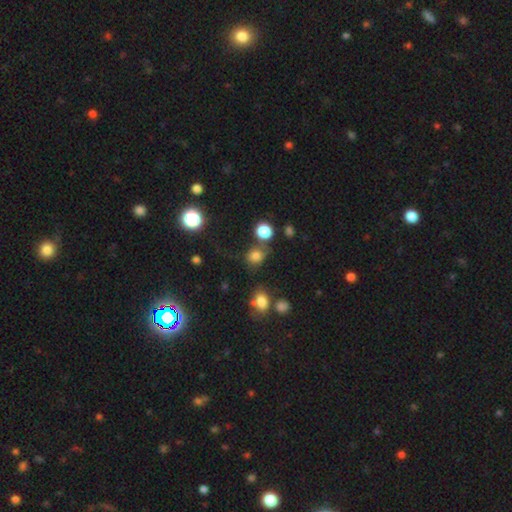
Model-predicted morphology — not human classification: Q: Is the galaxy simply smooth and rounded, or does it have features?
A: smooth — 77%.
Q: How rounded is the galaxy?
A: round — 74%.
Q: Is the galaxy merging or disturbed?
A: none — 66%.